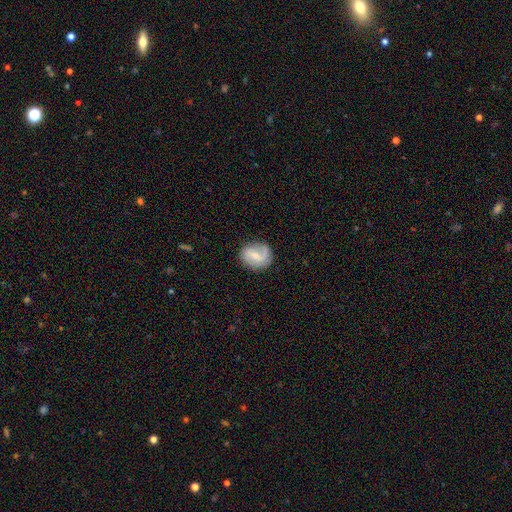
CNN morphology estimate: This is likely a featured or disk galaxy (67%). It is clearly not viewed edge-on (98%). Bar: possibly weak (53%). Spiral arm pattern: clearly yes (91%). Spiral arm count: likely 2 (74%). Spiral winding: marginally medium (42%). Central bulge: possibly small (54%). Merging: likely none (75%).